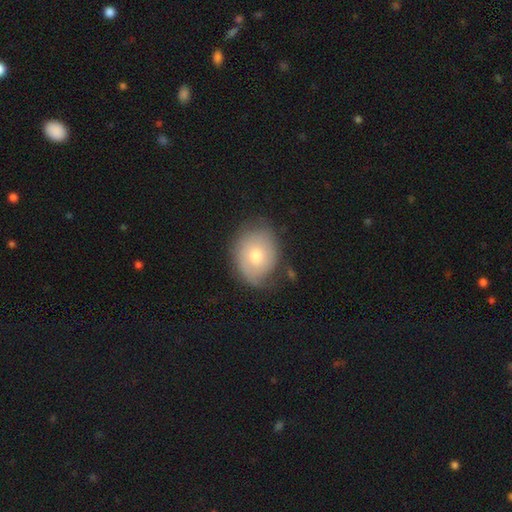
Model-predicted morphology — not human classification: This is likely a smooth galaxy (62%). How rounded: possibly in between (57%). Merging: likely none (66%).